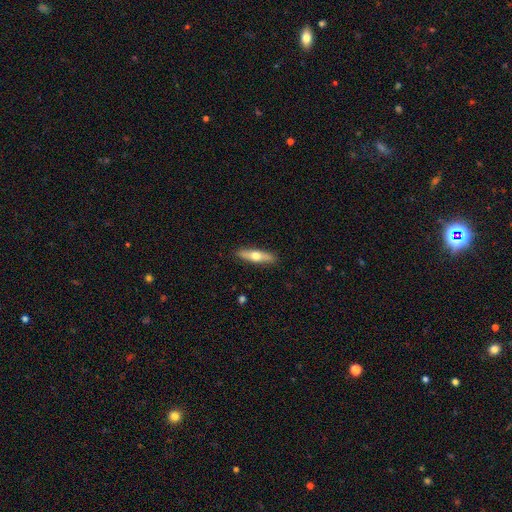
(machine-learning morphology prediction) smooth 52%, featured or disk 43%, star or artifact 5%. Down the decision tree: how rounded — cigar-shaped (69%); merging — none (89%).